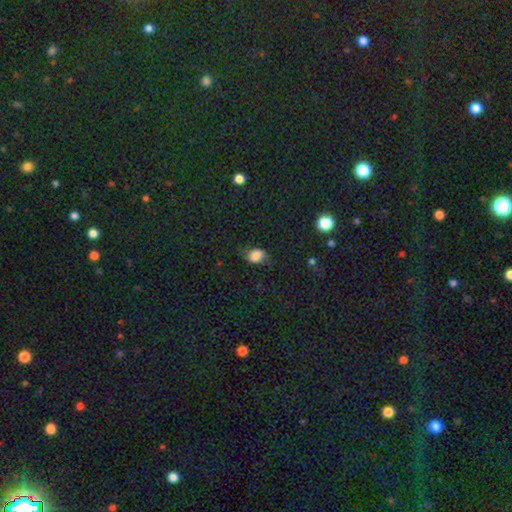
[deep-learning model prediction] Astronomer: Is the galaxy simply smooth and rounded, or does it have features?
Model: smooth — 80%.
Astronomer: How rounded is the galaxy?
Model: in between — 72%.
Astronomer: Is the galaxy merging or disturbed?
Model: none — 65%.